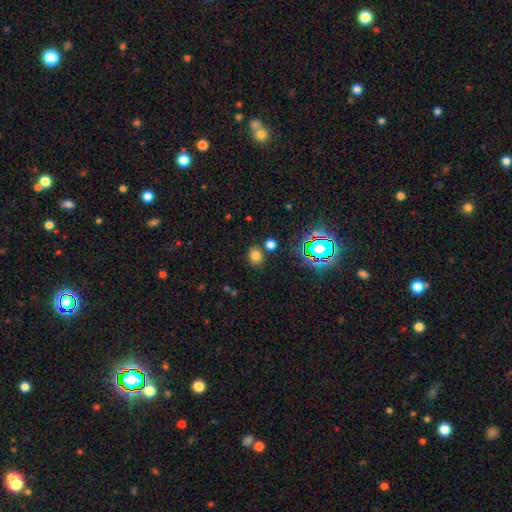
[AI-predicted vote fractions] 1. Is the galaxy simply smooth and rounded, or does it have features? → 73% smooth, 20% star or artifact, 7% featured or disk.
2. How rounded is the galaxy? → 61% round, 38% in between, 1% cigar-shaped.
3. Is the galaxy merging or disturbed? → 77% none, 10% minor disturbance, 9% merger, 3% major disturbance.